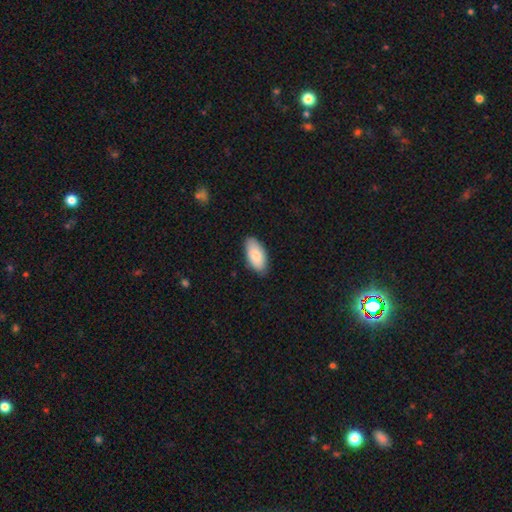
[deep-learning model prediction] smooth 84%, featured or disk 10%, star or artifact 6%. Down the decision tree: how rounded — in between (93%); merging — none (84%).